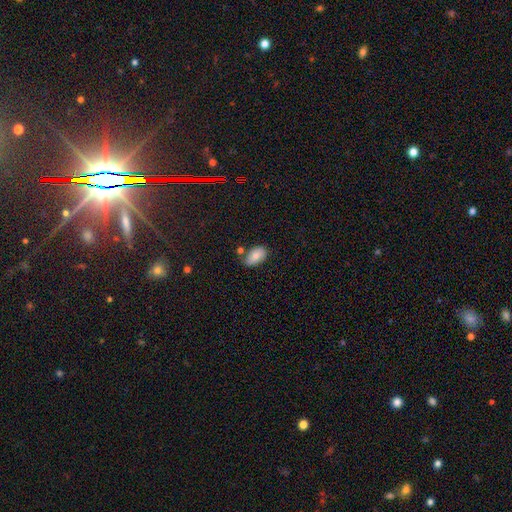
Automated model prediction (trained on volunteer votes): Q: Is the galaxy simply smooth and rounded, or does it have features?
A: smooth — 78%.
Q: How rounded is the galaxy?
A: in between — 92%.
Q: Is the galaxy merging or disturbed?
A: none — 69%.